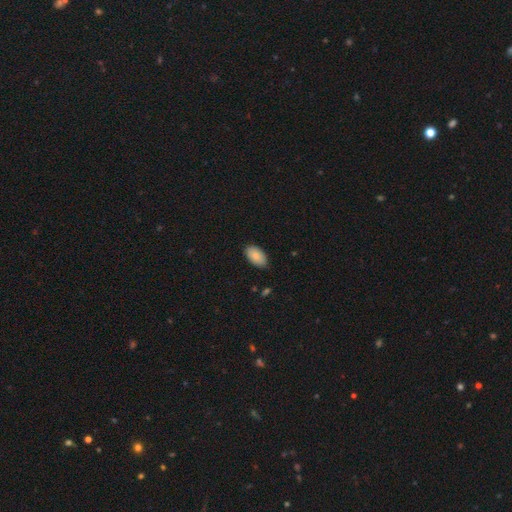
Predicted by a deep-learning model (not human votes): smooth-or-featured: smooth: 86% | featured or disk: 8% | star or artifact: 7%
  how-rounded: in between: 95% | round: 4% | cigar-shaped: 1%
  merging: none: 86% | minor disturbance: 11% | major disturbance: 2% | merger: 1%